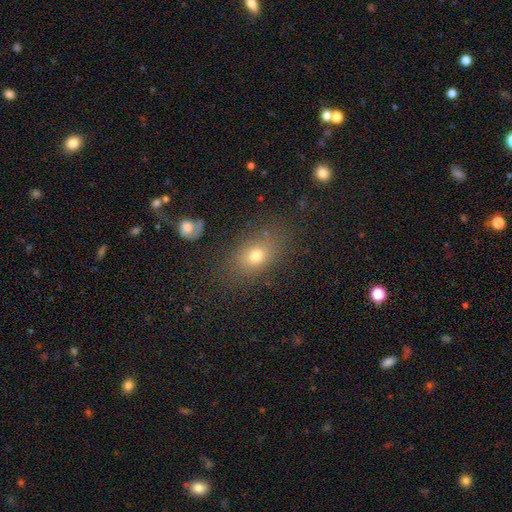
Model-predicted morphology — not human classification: Smooth or featured? smooth (73%)
How rounded? in between (73%)
Merging? none (77%)